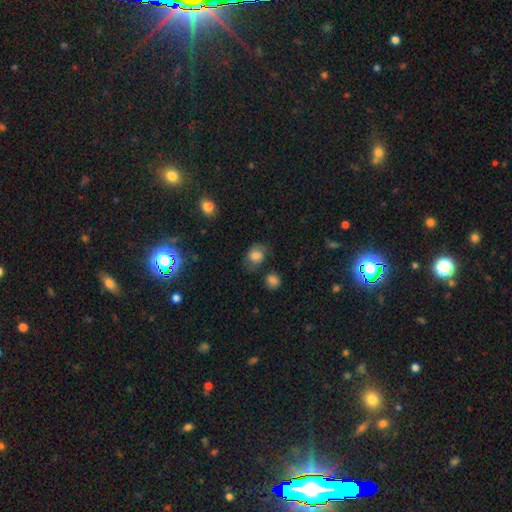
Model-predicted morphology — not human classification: A smooth galaxy with no disk features (74%) that is in between round and cigar-shaped (63%).

Vote fractions:
- Smooth or featured? smooth: 74% / featured or disk: 16% / star or artifact: 10%
- How rounded? in between: 63% / round: 36% / cigar-shaped: 1%
- Merging? none: 63% / minor disturbance: 22% / major disturbance: 9% / merger: 6%